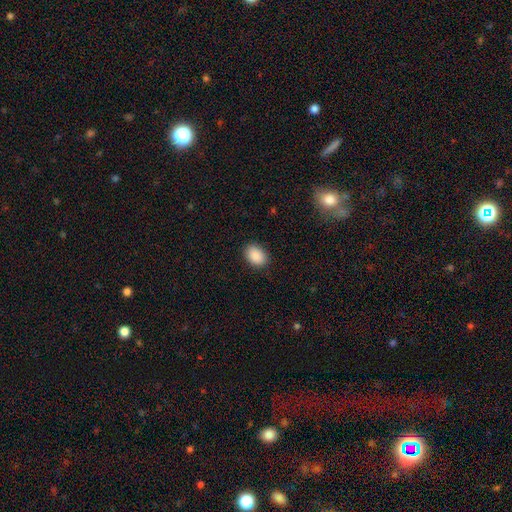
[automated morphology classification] This appears to be a smooth galaxy with no disk features (90%) that is in between round and cigar-shaped (80%). Merging: none (88%).